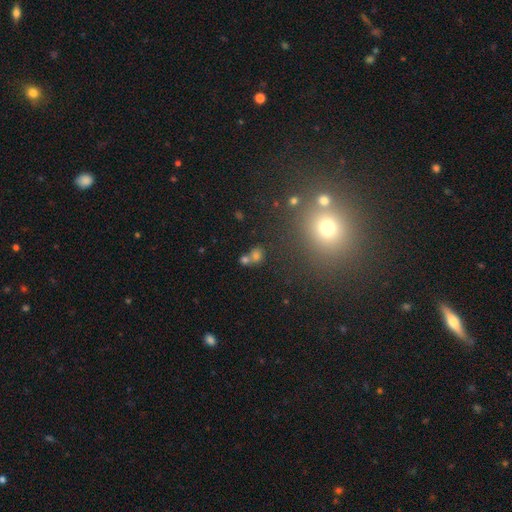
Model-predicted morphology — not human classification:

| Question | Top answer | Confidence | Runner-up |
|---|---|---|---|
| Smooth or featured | smooth | 64% | star or artifact (24%) |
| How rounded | round | 68% | in between (30%) |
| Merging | merger | 44% | none (43%) |